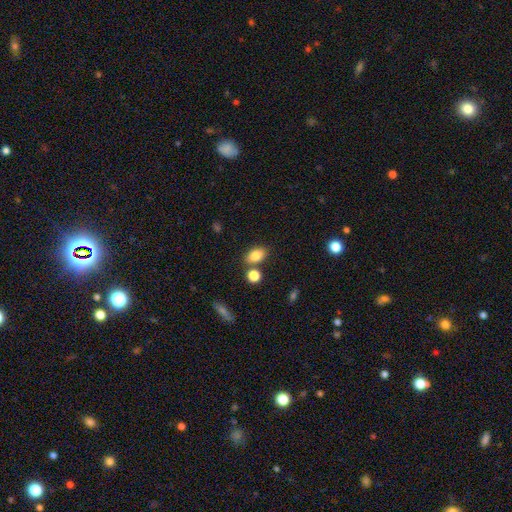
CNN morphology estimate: Overall: smooth (83%). How rounded: in between (84%). Merging: none (71%).